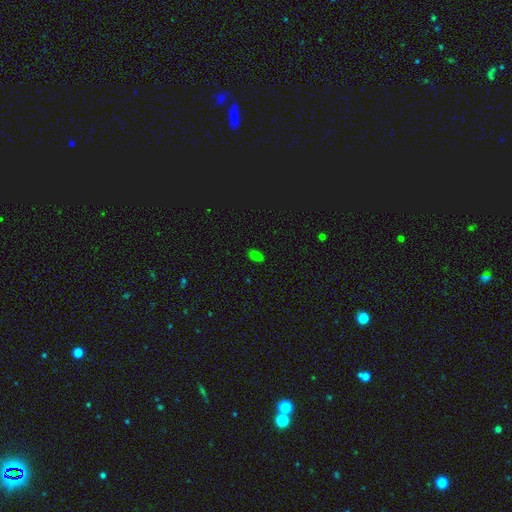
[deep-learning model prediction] Smooth or featured?
  - smooth: 73% *
  - star or artifact: 22%
  - featured or disk: 5%
How rounded?
  - in between: 91% *
  - round: 7%
  - cigar-shaped: 3%
Merging?
  - none: 85% *
  - minor disturbance: 11%
  - major disturbance: 2%
  - merger: 1%